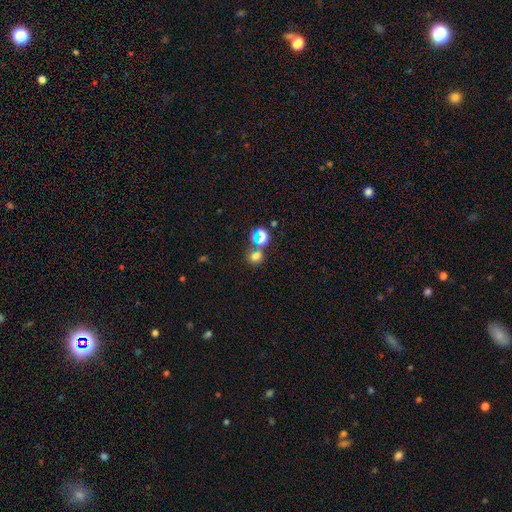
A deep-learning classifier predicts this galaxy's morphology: Smooth or featured? Predicted: smooth (p=0.63). How rounded? Predicted: round (p=0.81). Merging? Predicted: none (p=0.59).